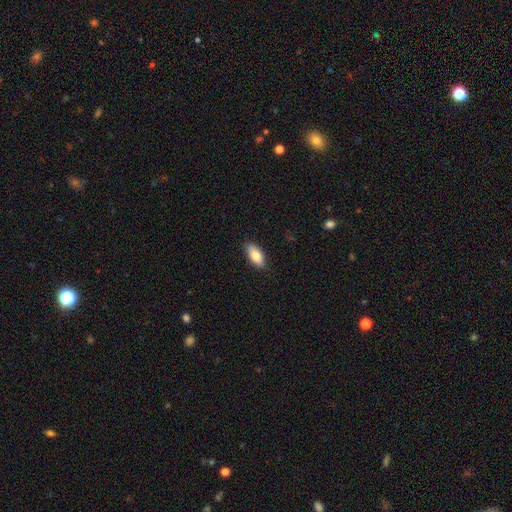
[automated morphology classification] This appears to be a smooth galaxy with no disk features (81%) that is in between round and cigar-shaped (87%). Merging: none (86%).